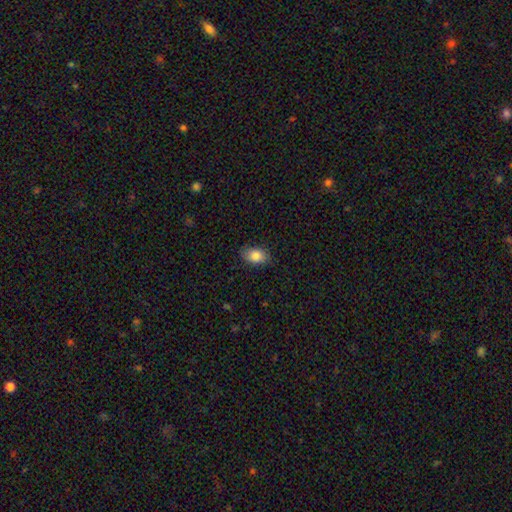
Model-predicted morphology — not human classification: smooth 85%, star or artifact 8%, featured or disk 8%. Down the decision tree: how rounded — in between (84%); merging — none (83%).